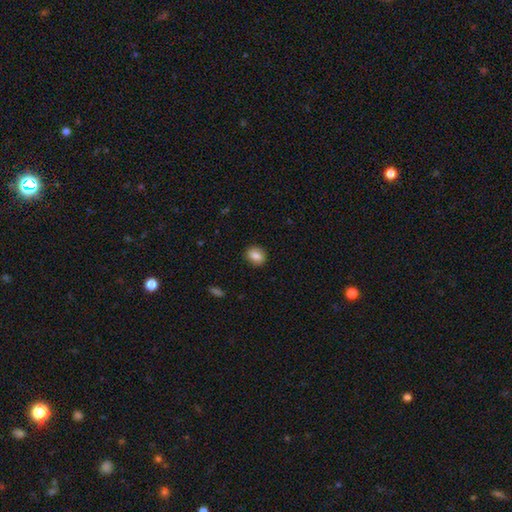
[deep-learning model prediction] Smooth or featured?
  - smooth: 84% *
  - star or artifact: 8%
  - featured or disk: 8%
How rounded?
  - round: 50% *
  - in between: 49%
  - cigar-shaped: 1%
Merging?
  - none: 88% *
  - minor disturbance: 9%
  - major disturbance: 2%
  - merger: 1%